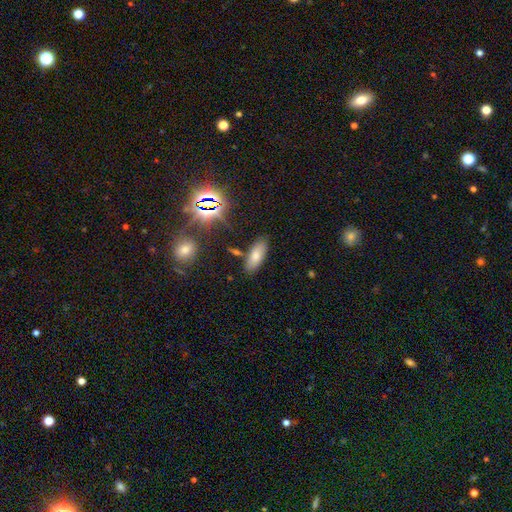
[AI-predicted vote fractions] Smooth or featured?
  - smooth: 59% *
  - star or artifact: 25%
  - featured or disk: 15%
How rounded?
  - in between: 72% *
  - cigar-shaped: 23%
  - round: 5%
Merging?
  - none: 84% *
  - minor disturbance: 10%
  - merger: 4%
  - major disturbance: 3%